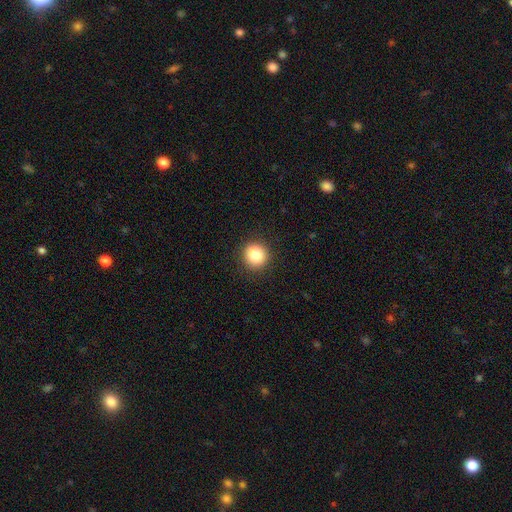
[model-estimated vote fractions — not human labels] Smooth or featured? smooth (82%)
How rounded? round (88%)
Merging? none (80%)